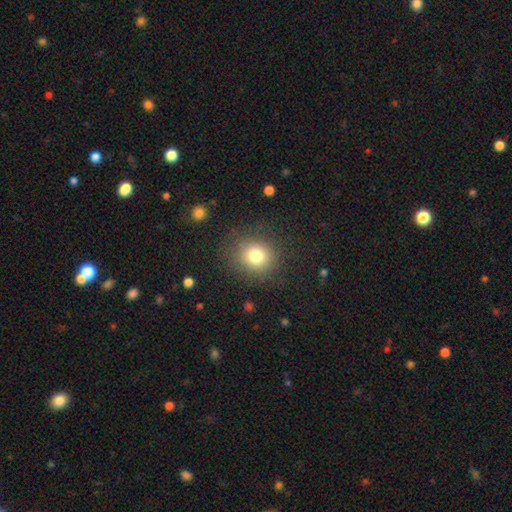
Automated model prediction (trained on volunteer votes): Overall: smooth (78%). How rounded: round (82%). Merging: none (82%).